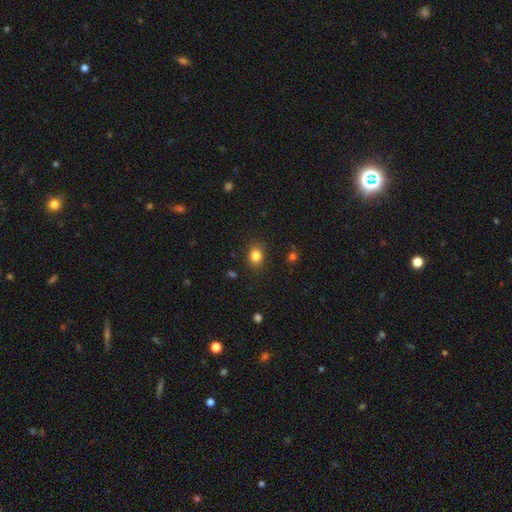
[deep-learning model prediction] Smooth or featured: smooth — 83% (star or artifact — 11%)
How rounded: in between — 53% (round — 46%)
Merging: none — 84% (minor disturbance — 12%)